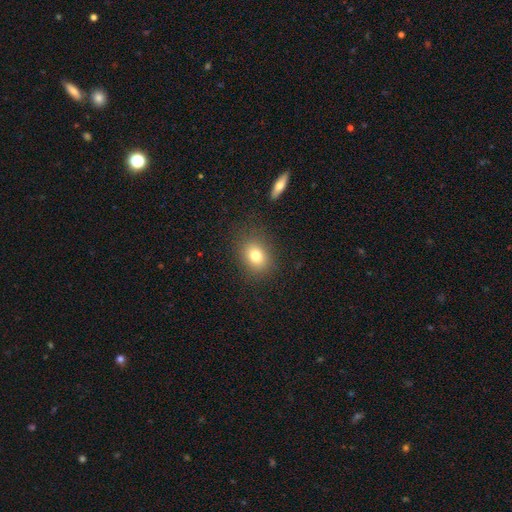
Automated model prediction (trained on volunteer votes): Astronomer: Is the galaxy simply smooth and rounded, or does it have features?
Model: smooth — 78%.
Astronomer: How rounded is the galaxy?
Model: round — 51% (runner-up: in between, 48%).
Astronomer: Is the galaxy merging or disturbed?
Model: none — 85%.